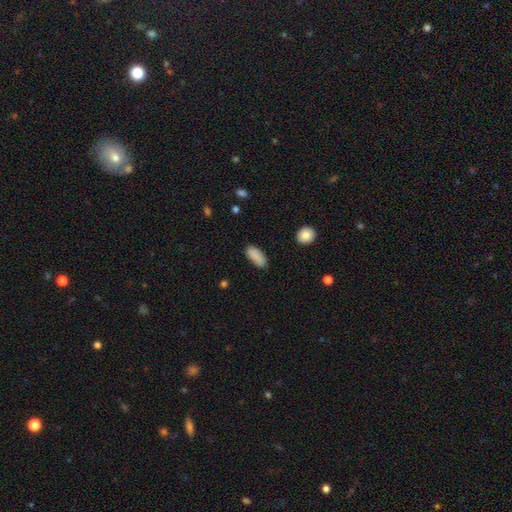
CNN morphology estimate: smooth-or-featured: smooth: 87% | star or artifact: 8% | featured or disk: 5%
  how-rounded: in between: 84% | cigar-shaped: 14% | round: 2%
  merging: none: 78% | minor disturbance: 17% | major disturbance: 3% | merger: 2%